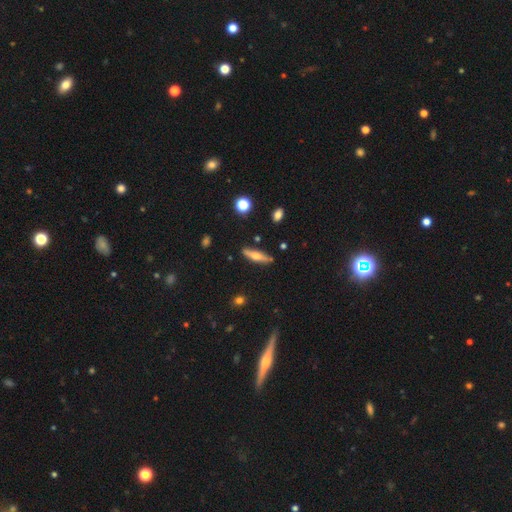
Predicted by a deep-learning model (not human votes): This appears to be a smooth galaxy with no disk features (48%). Merging: none (81%).